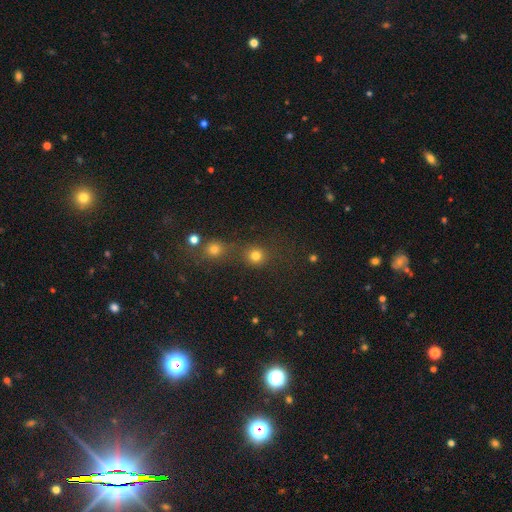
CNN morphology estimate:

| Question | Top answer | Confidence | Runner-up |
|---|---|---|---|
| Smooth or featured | smooth | 78% | star or artifact (16%) |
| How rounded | round | 89% | in between (10%) |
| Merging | none | 61% | merger (26%) |